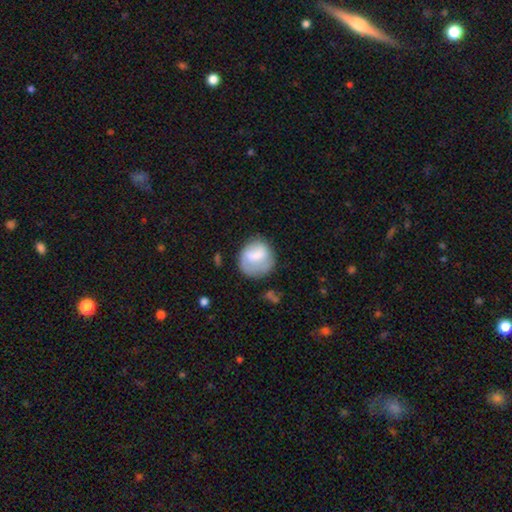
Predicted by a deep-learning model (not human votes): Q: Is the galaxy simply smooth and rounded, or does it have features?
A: smooth — 66%.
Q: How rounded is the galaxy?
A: round — 80%.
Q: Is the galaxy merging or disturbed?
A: none — 57%.